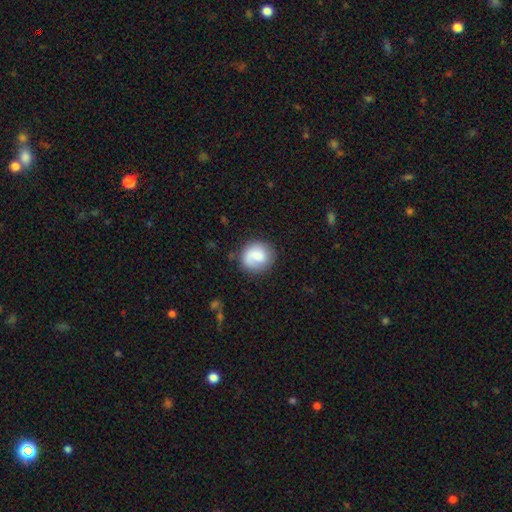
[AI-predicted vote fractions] Smooth or featured: smooth — 68% (featured or disk — 25%)
How rounded: round — 85% (in between — 14%)
Merging: none — 72% (minor disturbance — 17%)